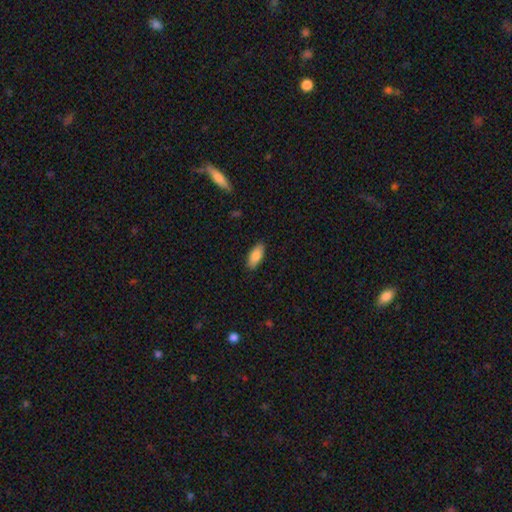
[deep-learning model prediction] Smooth or featured? Predicted: smooth (p=0.85). How rounded? Predicted: in between (p=0.87). Merging? Predicted: none (p=0.88).